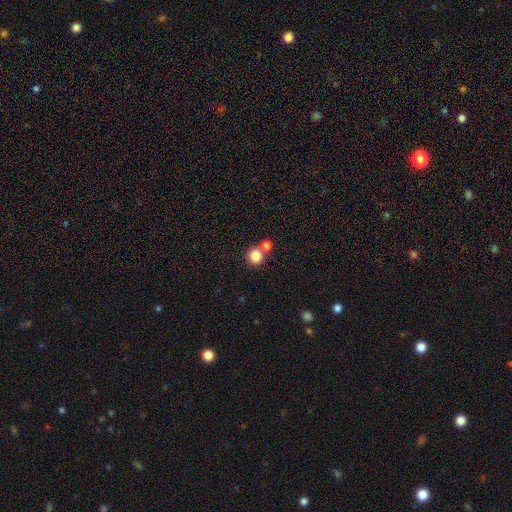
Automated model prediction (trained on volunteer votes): smooth-or-featured: smooth: 85% | star or artifact: 10% | featured or disk: 6%
  how-rounded: round: 89% | in between: 10% | cigar-shaped: 1%
  merging: none: 56% | merger: 35% | minor disturbance: 7% | major disturbance: 3%